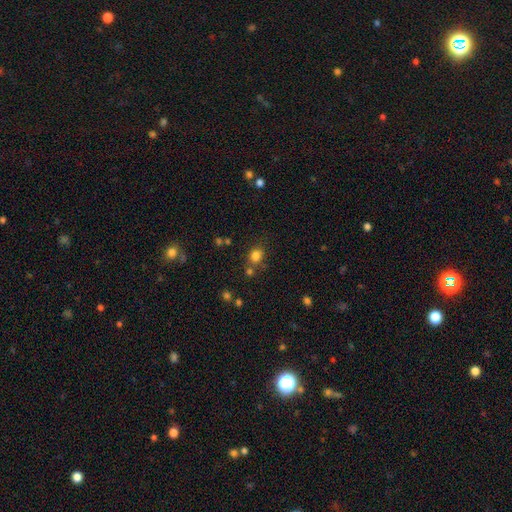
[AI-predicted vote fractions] Q: Smooth or featured?
A: smooth (79%); runner-up: star or artifact (15%)
Q: How rounded?
A: round (66%); runner-up: in between (33%)
Q: Merging?
A: none (70%); runner-up: merger (13%)